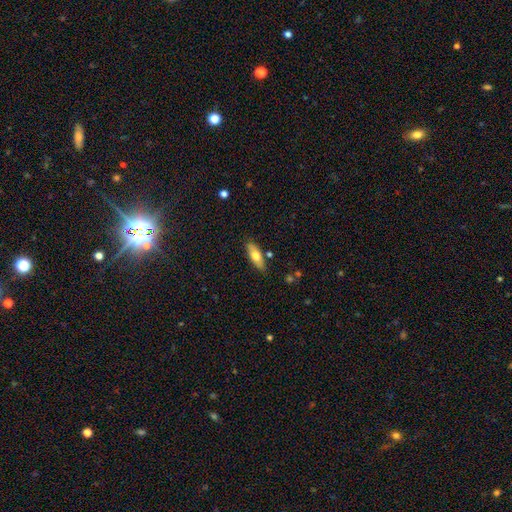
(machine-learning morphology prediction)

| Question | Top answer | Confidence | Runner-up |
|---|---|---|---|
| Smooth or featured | smooth | 66% | featured or disk (28%) |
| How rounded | in between | 67% | cigar-shaped (30%) |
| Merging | none | 81% | minor disturbance (13%) |